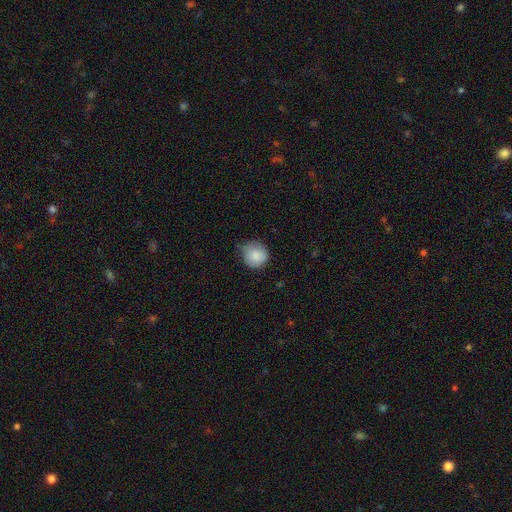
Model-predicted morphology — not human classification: A smooth galaxy with no disk features (86%) that is round (89%). Merging: none (63%).